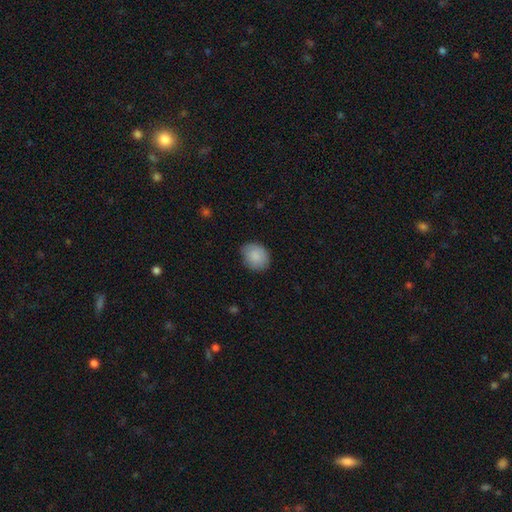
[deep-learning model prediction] This is clearly a smooth galaxy (87%). How rounded: possibly round (59%). Merging: likely none (80%).